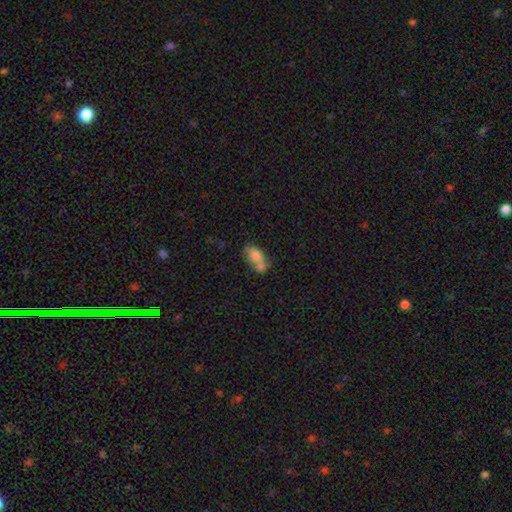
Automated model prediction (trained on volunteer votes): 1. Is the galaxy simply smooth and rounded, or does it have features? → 75% smooth, 16% featured or disk, 9% star or artifact.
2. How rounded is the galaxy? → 86% in between, 10% round, 4% cigar-shaped.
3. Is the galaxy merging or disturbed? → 51% merger, 30% none, 13% minor disturbance, 6% major disturbance.